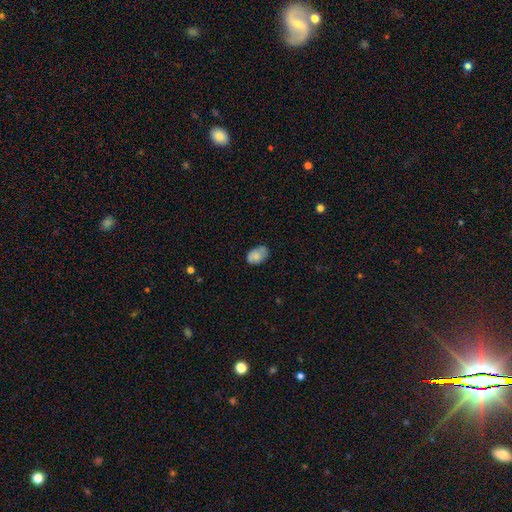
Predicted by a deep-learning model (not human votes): Smooth or featured: smooth — 77% (featured or disk — 15%)
How rounded: in between — 87% (round — 12%)
Merging: none — 66% (minor disturbance — 26%)